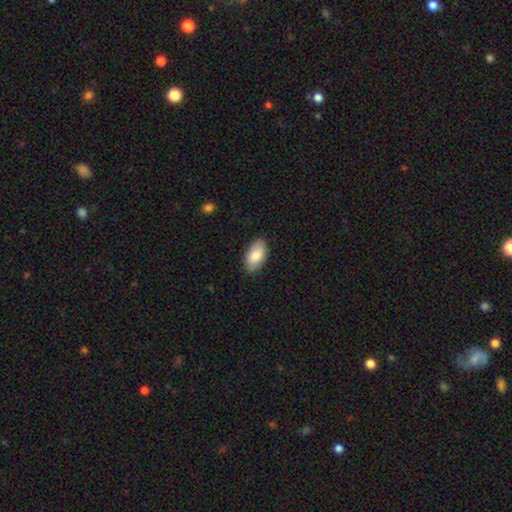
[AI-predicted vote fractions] The model was most divided on "smooth or featured": smooth: 81%, featured or disk: 13%, star or artifact: 6%. More confident: how rounded — in between (94%); merging — none (85%).